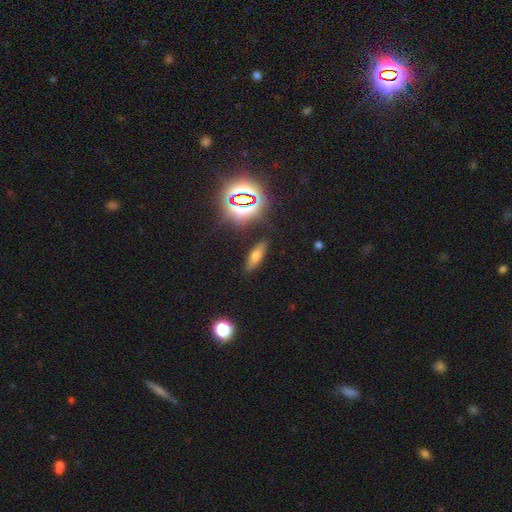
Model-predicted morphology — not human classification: This is possibly a smooth galaxy (59%). How rounded: possibly in between (51%). Merging: clearly none (86%).